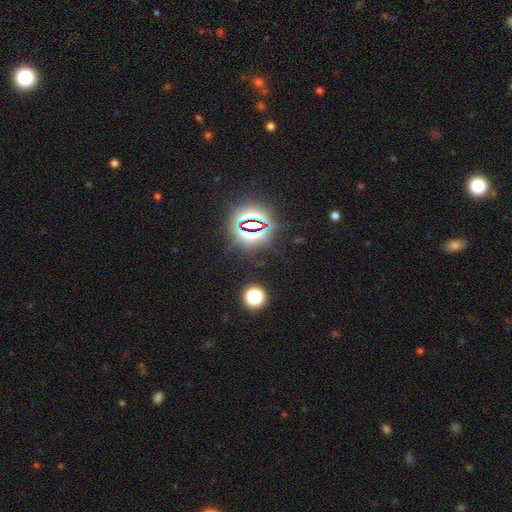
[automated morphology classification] A star or artifact, not a galaxy (80%).